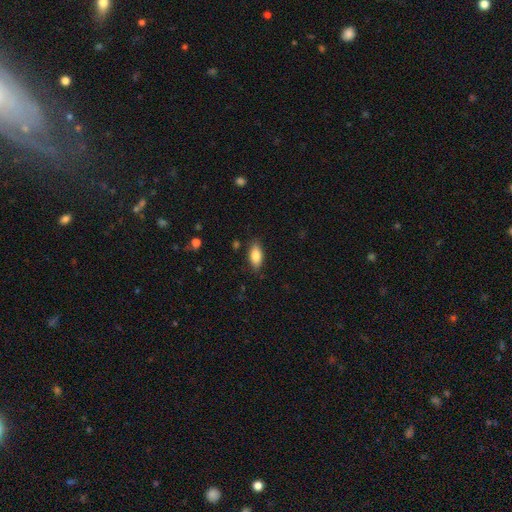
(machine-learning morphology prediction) smooth_or_featured: smooth (p=0.80) [alt: featured or disk p=0.13]
how_rounded: in between (p=0.85) [alt: cigar-shaped p=0.12]
merging: none (p=0.84) [alt: minor disturbance p=0.12]